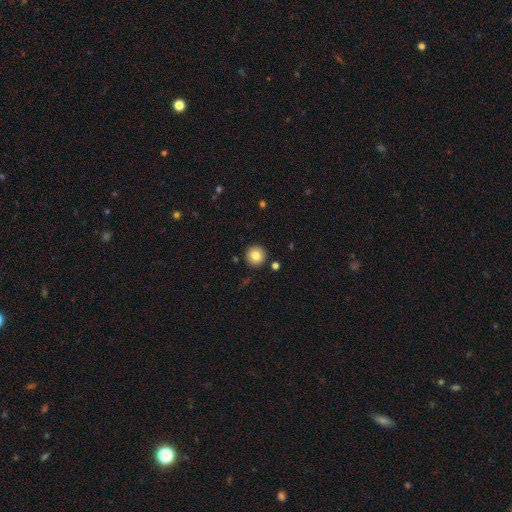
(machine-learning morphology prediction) type=smooth (81%); roundness=round (96%); merging=none (91%).